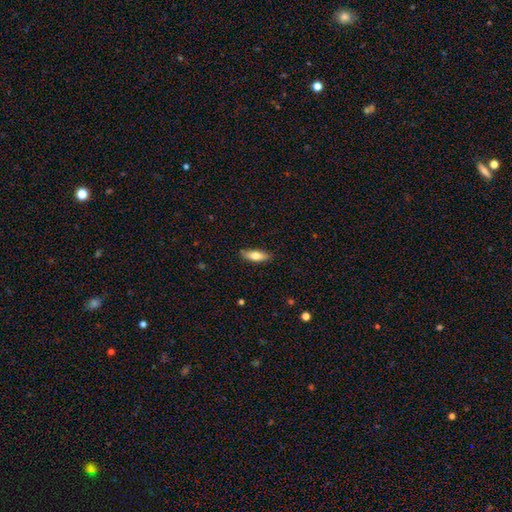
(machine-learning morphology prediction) A smooth galaxy with no disk features (72%) that is in between round and cigar-shaped (58%). Merging: none (86%).